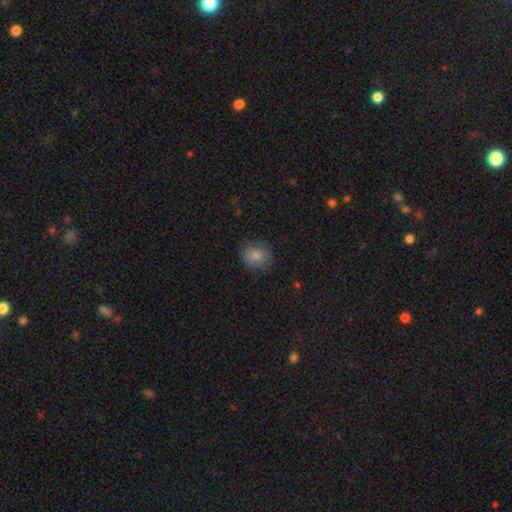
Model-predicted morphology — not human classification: A smooth galaxy with no disk features (85%) that is round (77%).

Vote fractions:
- Smooth or featured? smooth: 85% / star or artifact: 9% / featured or disk: 6%
- How rounded? round: 77% / in between: 22% / cigar-shaped: 1%
- Merging? none: 81% / minor disturbance: 14% / major disturbance: 4% / merger: 1%